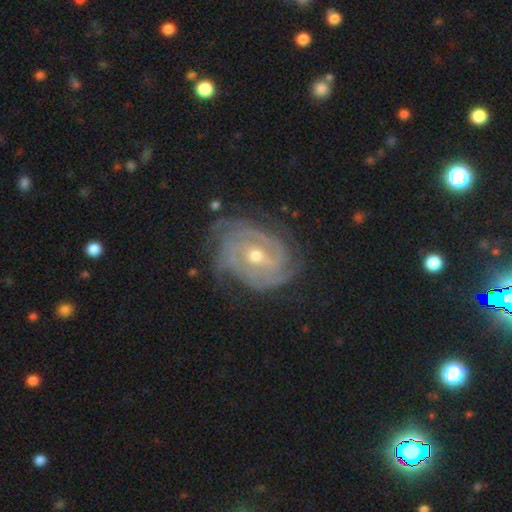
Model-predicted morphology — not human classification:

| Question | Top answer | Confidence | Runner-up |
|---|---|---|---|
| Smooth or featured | featured or disk | 89% | smooth (6%) |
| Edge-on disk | no | 97% | yes (3%) |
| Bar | no | 45% | weak (40%) |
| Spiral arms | yes | 97% | no (3%) |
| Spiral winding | tight | 71% | medium (24%) |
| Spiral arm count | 3 | 27% | can't tell (26%) |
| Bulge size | moderate | 54% | small (43%) |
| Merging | none | 70% | minor disturbance (21%) |